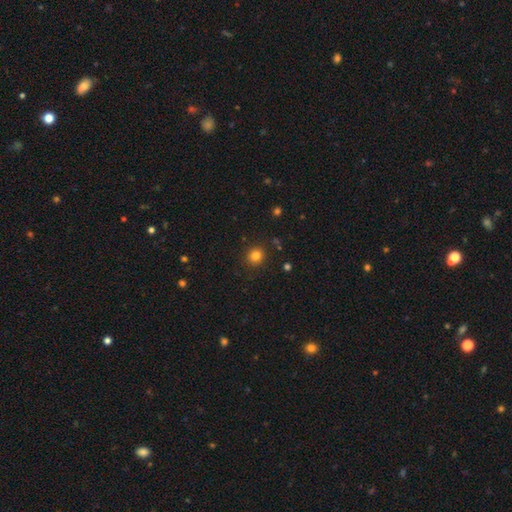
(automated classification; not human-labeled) The model was most divided on "smooth or featured": smooth: 81%, star or artifact: 13%, featured or disk: 5%. More confident: how rounded — round (91%); merging — none (90%).